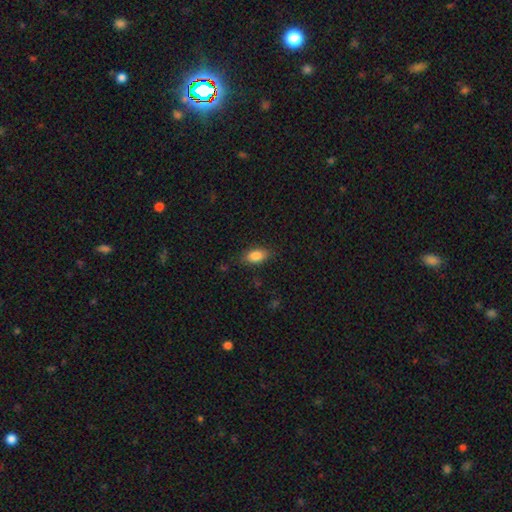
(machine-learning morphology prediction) Smooth or featured? Predicted: smooth (p=0.85). How rounded? Predicted: in between (p=0.88). Merging? Predicted: none (p=0.82).